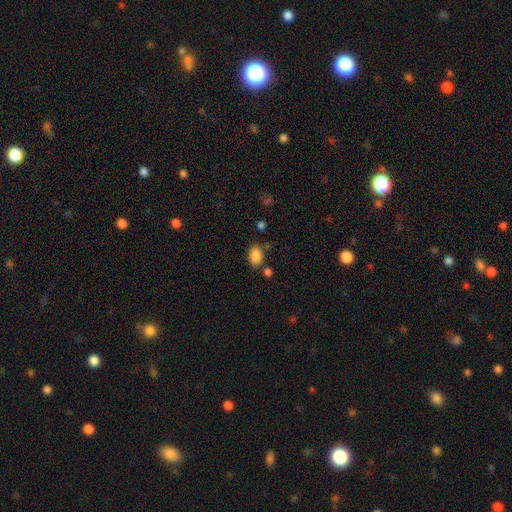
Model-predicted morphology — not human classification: Q: Smooth or featured?
A: smooth (87%); runner-up: star or artifact (9%)
Q: How rounded?
A: in between (87%); runner-up: round (12%)
Q: Merging?
A: none (73%); runner-up: minor disturbance (14%)